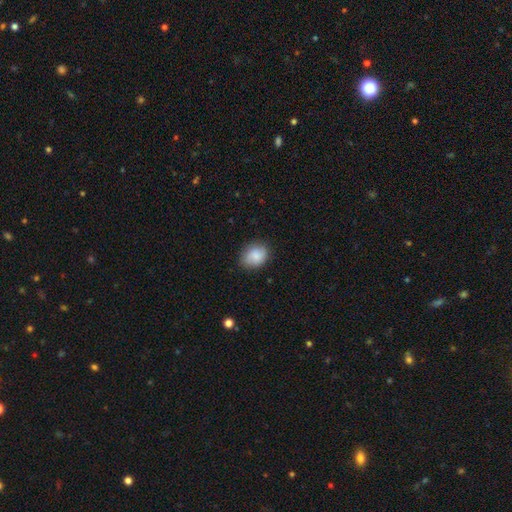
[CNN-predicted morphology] This is clearly a smooth galaxy (82%). How rounded: possibly in between (53%). Merging: likely none (77%).